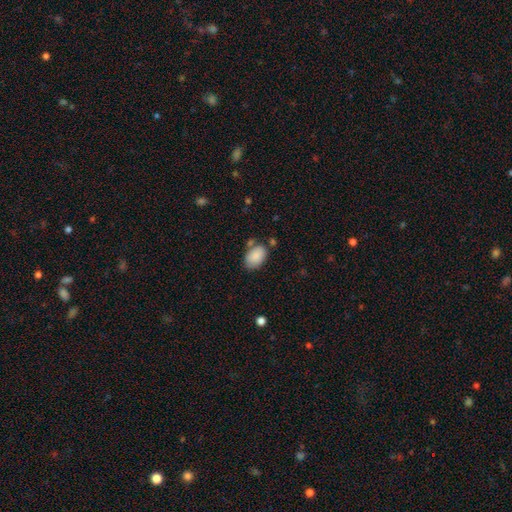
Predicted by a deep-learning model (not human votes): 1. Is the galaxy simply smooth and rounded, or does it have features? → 87% smooth, 7% star or artifact, 6% featured or disk.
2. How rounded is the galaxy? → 88% in between, 11% round, 1% cigar-shaped.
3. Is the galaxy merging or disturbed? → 65% none, 20% minor disturbance, 9% merger, 6% major disturbance.